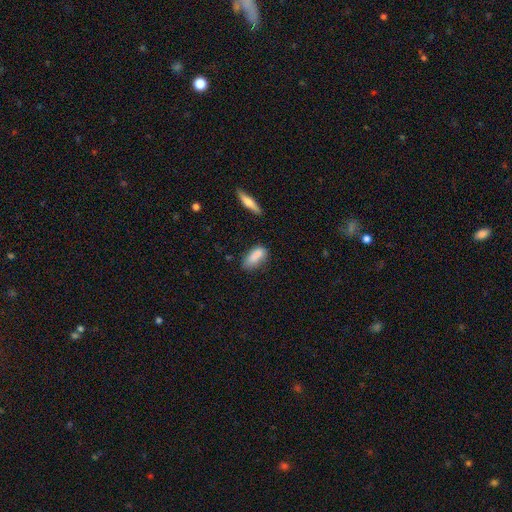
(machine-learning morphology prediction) A smooth galaxy with no disk features (82%) that is in between round and cigar-shaped (78%).

Vote fractions:
- Smooth or featured? smooth: 82% / featured or disk: 9% / star or artifact: 8%
- How rounded? in between: 78% / cigar-shaped: 20% / round: 3%
- Merging? none: 58% / minor disturbance: 28% / major disturbance: 8% / merger: 6%